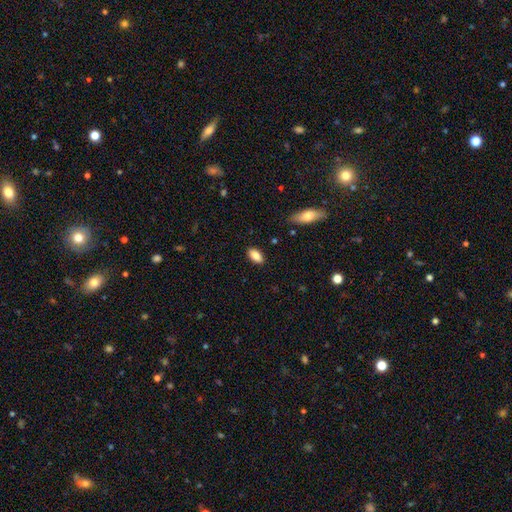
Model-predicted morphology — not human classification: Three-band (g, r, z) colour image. It shows a smooth galaxy with no disk features (86%) that is in between round and cigar-shaped (91%). Merging: none (87%).